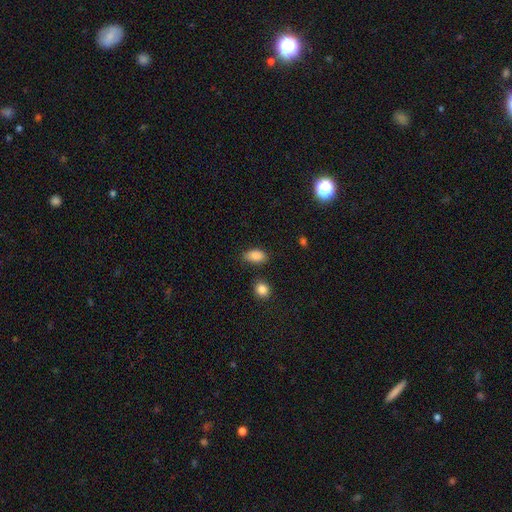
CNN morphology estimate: smooth_or_featured: smooth (p=0.87) [alt: star or artifact p=0.09]
how_rounded: in between (p=0.89) [alt: round p=0.08]
merging: none (p=0.75) [alt: minor disturbance p=0.17]